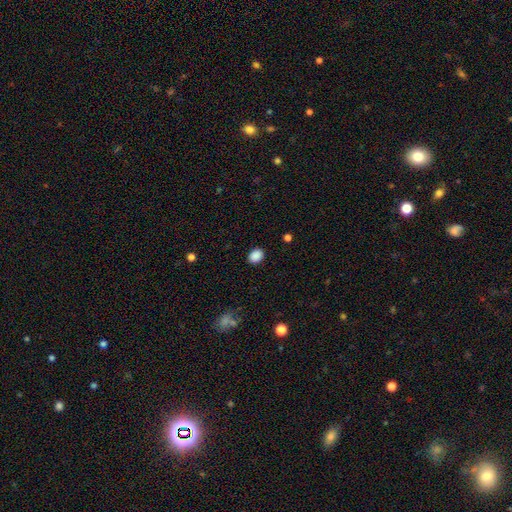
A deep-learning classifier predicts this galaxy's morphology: A smooth galaxy with no disk features (88%) that is in between round and cigar-shaped (60%).

Vote fractions:
- Smooth or featured? smooth: 88% / star or artifact: 9% / featured or disk: 3%
- How rounded? in between: 60% / round: 39% / cigar-shaped: 1%
- Merging? none: 88% / minor disturbance: 8% / major disturbance: 3% / merger: 1%